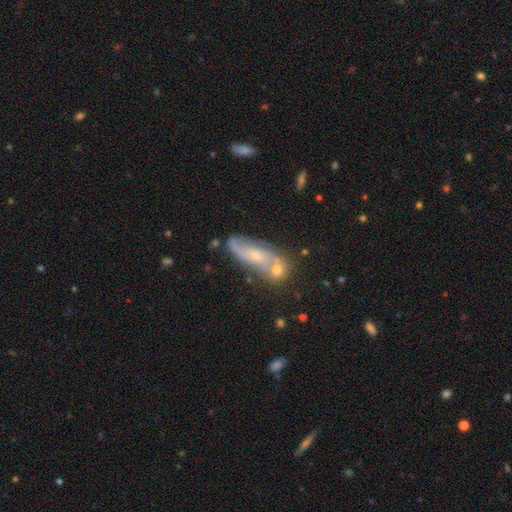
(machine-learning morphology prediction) This is likely a featured or disk galaxy (63%). It is clearly not viewed edge-on (82%). Bar: likely no (62%). Spiral arm pattern: clearly yes (82%). Central bulge: possibly small (53%). Merging: possibly none (52%).